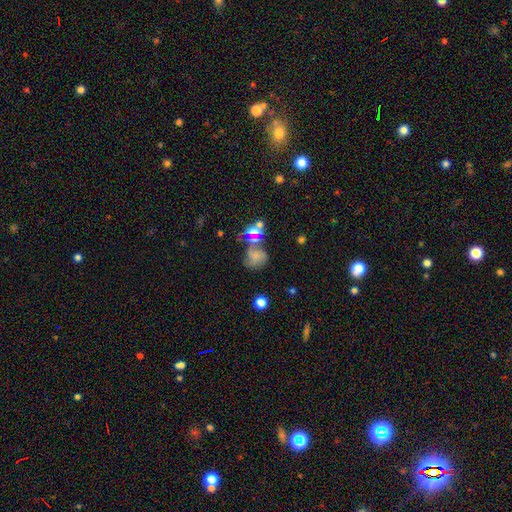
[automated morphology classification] Smooth or featured: smooth — 43% (featured or disk — 36%)
Merging: none — 35% (merger — 25%)